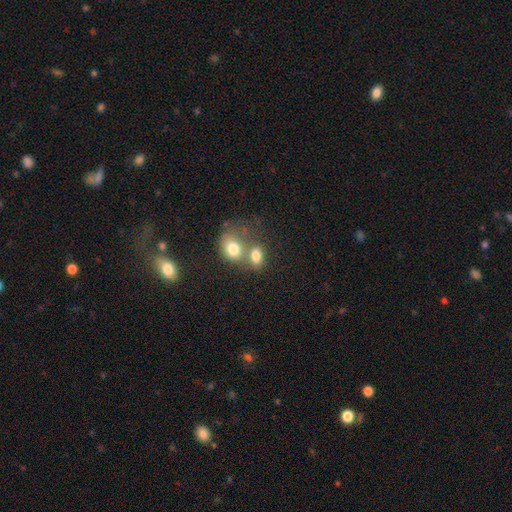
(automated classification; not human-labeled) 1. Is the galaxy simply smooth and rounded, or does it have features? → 77% smooth, 13% featured or disk, 10% star or artifact.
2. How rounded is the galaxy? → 72% in between, 26% round, 2% cigar-shaped.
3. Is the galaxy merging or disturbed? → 55% merger, 30% none, 9% minor disturbance, 6% major disturbance.